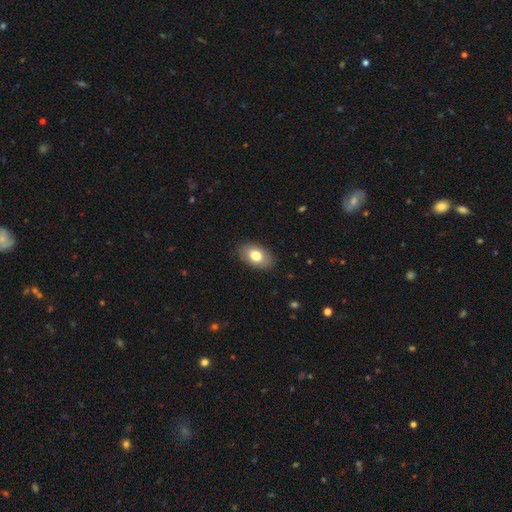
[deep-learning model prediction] This is likely a smooth galaxy (77%). How rounded: clearly in between (89%). Merging: clearly none (87%).